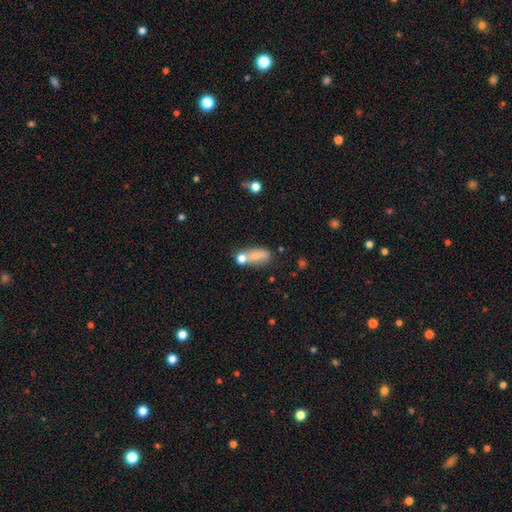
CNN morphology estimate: Smooth or featured? smooth (70%)
How rounded? in between (73%)
Merging? none (39%)